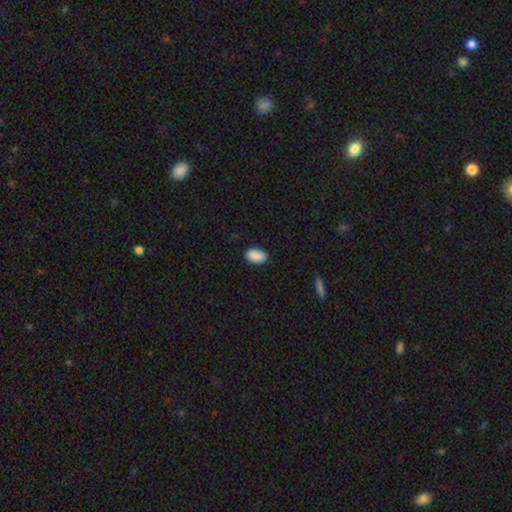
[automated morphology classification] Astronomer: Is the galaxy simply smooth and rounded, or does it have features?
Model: smooth — 90%.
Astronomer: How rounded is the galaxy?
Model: in between — 93%.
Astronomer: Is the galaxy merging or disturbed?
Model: none — 86%.